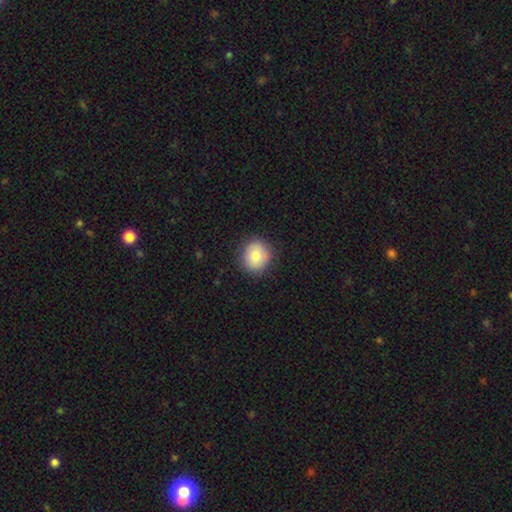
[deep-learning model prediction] smooth-or-featured: smooth: 81% | featured or disk: 11% | star or artifact: 8%
  how-rounded: round: 81% | in between: 19% | cigar-shaped: 1%
  merging: none: 86% | minor disturbance: 10% | major disturbance: 3% | merger: 1%